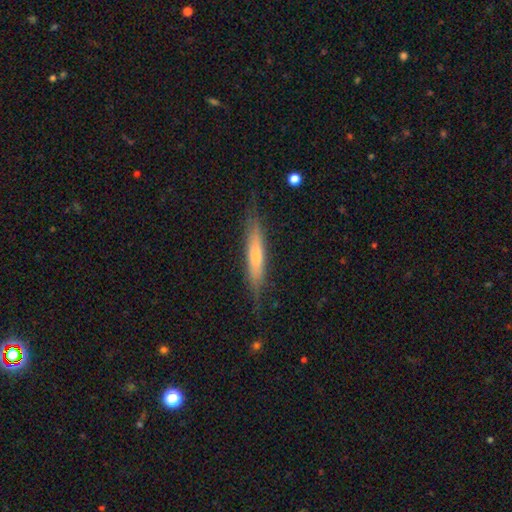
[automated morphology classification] Q: Smooth or featured?
A: smooth (49%); runner-up: featured or disk (45%)
Q: Merging?
A: none (77%); runner-up: minor disturbance (17%)